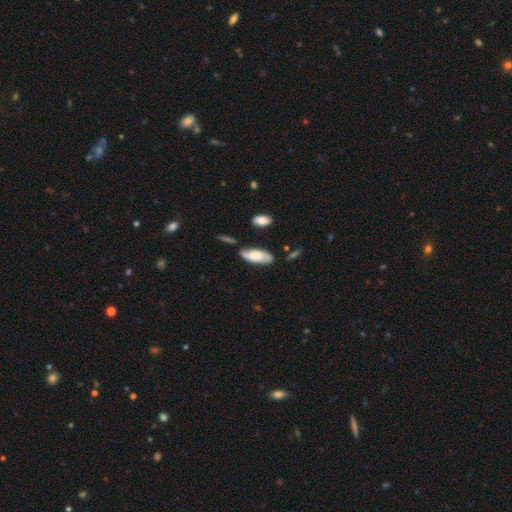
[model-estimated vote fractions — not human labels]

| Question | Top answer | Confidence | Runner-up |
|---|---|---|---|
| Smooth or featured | smooth | 61% | featured or disk (32%) |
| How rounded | in between | 81% | cigar-shaped (17%) |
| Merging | none | 68% | minor disturbance (21%) |